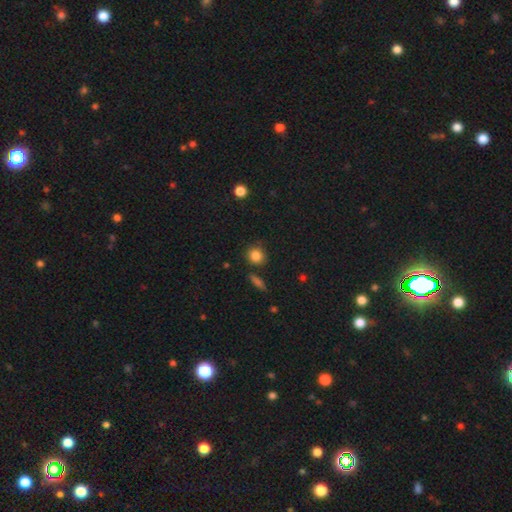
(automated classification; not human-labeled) smooth_or_featured: smooth (p=0.85) [alt: star or artifact p=0.10]
how_rounded: round (p=0.85) [alt: in between p=0.13]
merging: none (p=0.81) [alt: minor disturbance p=0.11]